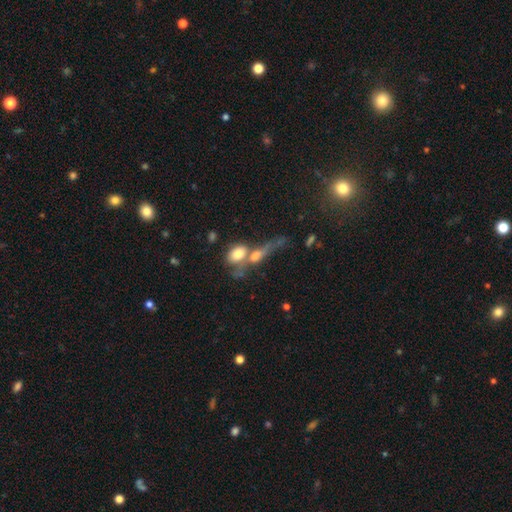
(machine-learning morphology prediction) smooth_or_featured: smooth (p=0.60) [alt: featured or disk p=0.29]
how_rounded: in between (p=0.62) [alt: round p=0.20]
merging: merger (p=0.60) [alt: none p=0.18]